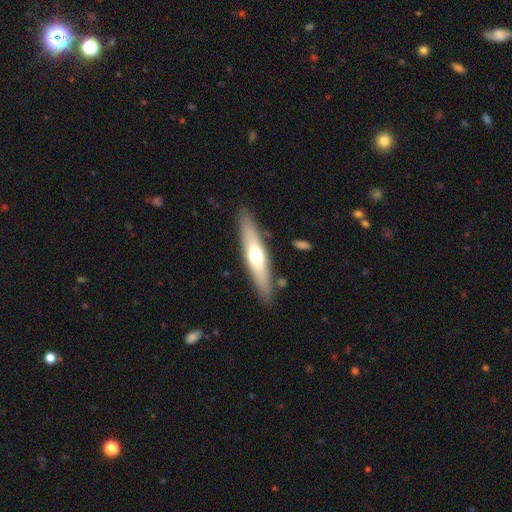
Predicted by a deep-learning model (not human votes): smooth_or_featured: featured or disk (p=0.47) [tied with: smooth p=0.47]
merging: none (p=0.87) [alt: minor disturbance p=0.09]